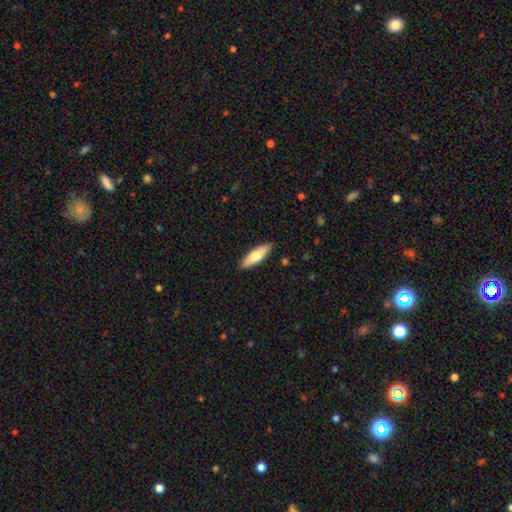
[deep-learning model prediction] Q: Smooth or featured?
A: smooth (69%); runner-up: featured or disk (25%)
Q: How rounded?
A: cigar-shaped (49%); tied with: in between (49%)
Q: Merging?
A: none (89%); runner-up: minor disturbance (9%)